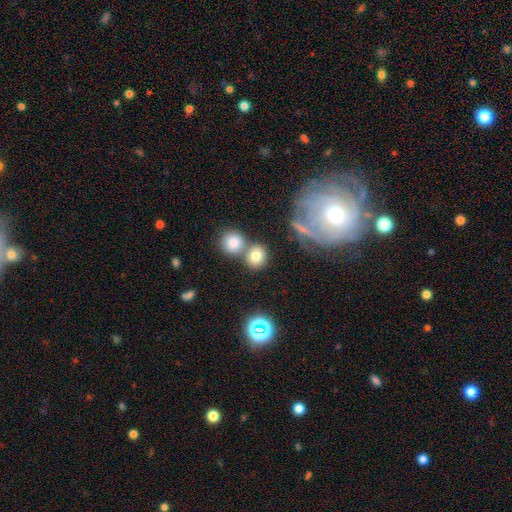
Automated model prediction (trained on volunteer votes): Smooth or featured? Predicted: smooth (p=0.76). How rounded? Predicted: round (p=0.78). Merging? Predicted: none (p=0.57).